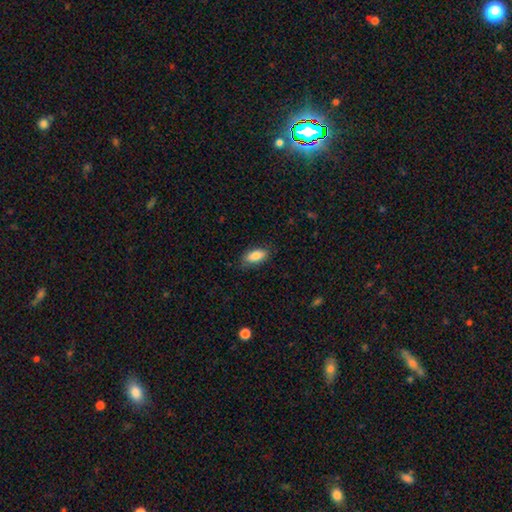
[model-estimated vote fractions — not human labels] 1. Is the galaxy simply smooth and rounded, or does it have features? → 84% smooth, 9% featured or disk, 7% star or artifact.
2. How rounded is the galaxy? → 86% in between, 11% cigar-shaped, 3% round.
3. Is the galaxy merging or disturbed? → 80% none, 15% minor disturbance, 3% major disturbance, 1% merger.